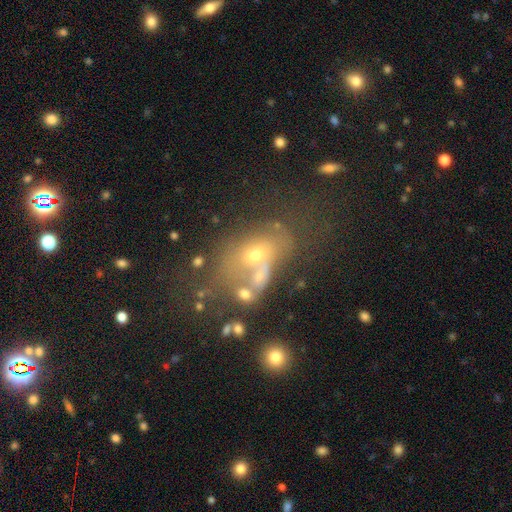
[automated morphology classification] Smooth or featured? smooth (48%)
Merging? merger (42%)